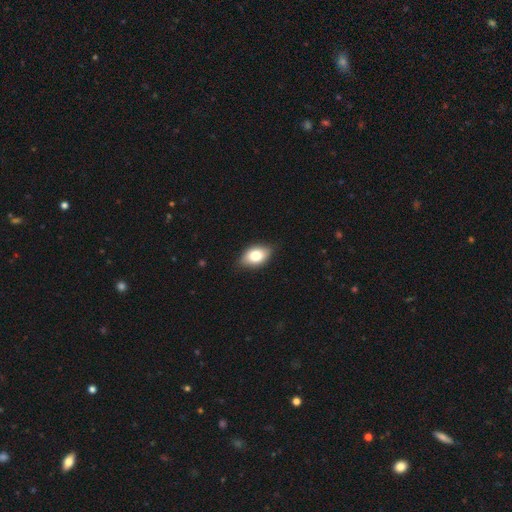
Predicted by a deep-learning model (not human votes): Overall: smooth (77%). How rounded: in between (88%). Merging: none (82%).